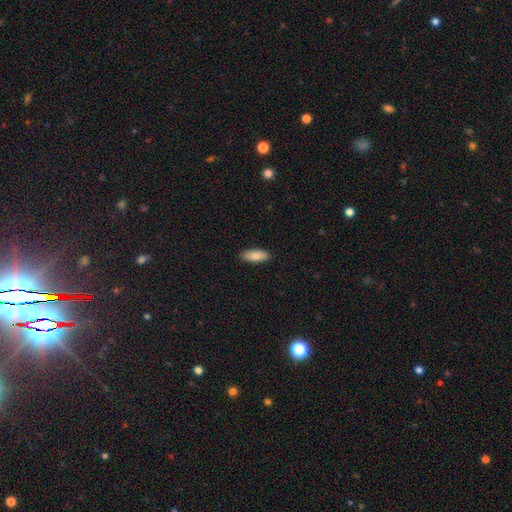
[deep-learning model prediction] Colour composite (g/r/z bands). It shows a smooth galaxy with no disk features (86%) that is in between round and cigar-shaped (80%). Merging: none (89%).